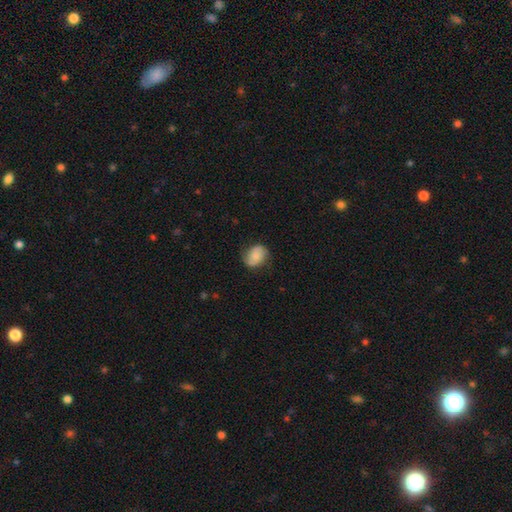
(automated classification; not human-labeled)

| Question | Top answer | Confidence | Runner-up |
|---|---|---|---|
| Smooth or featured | smooth | 67% | featured or disk (25%) |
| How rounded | in between | 58% | round (41%) |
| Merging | none | 74% | minor disturbance (20%) |